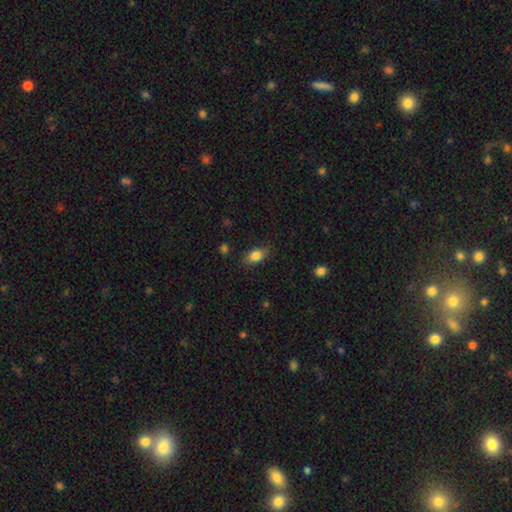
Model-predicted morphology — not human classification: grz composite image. It shows a smooth galaxy with no disk features (84%) that is in between round and cigar-shaped (85%). Merging: none (79%).